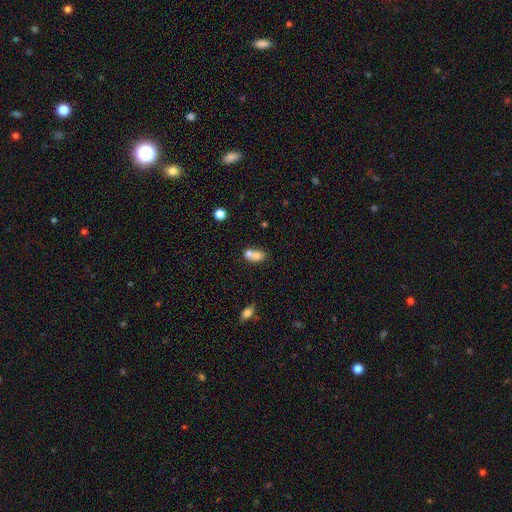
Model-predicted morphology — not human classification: The model was most divided on "how rounded": in between: 67%, round: 30%, cigar-shaped: 3%. More confident: smooth or featured — smooth (73%); merging — merger (64%).